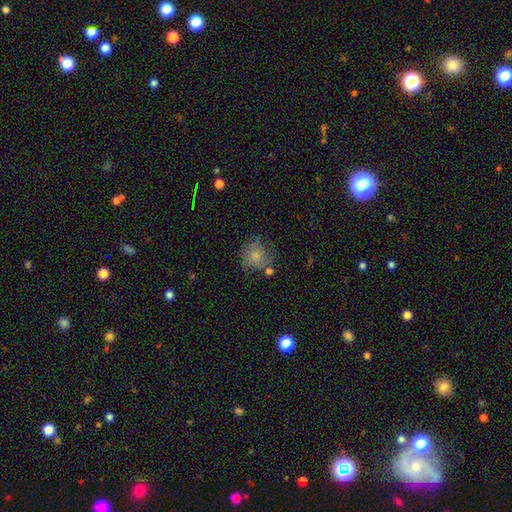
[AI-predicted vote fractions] This is likely a smooth galaxy (72%). How rounded: clearly round (83%). Merging: possibly none (55%).